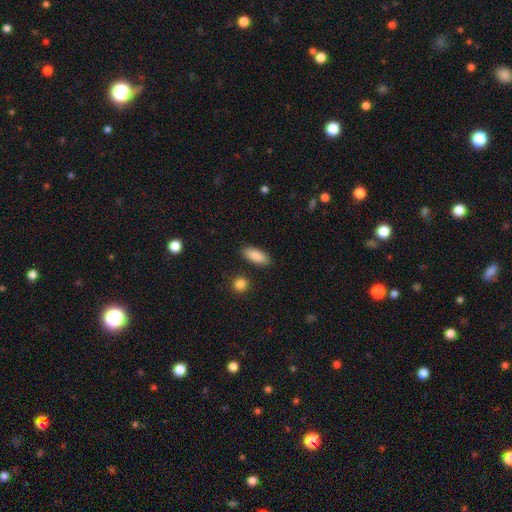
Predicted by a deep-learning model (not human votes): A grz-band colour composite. It shows a smooth galaxy with no disk features (88%) that is in between round and cigar-shaped (82%). Merging: none (88%).